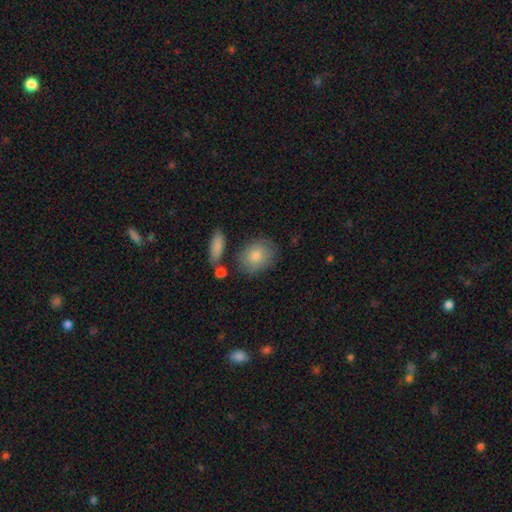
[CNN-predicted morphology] This is clearly a smooth galaxy (80%). How rounded: possibly in between (51%). Merging: likely none (74%).